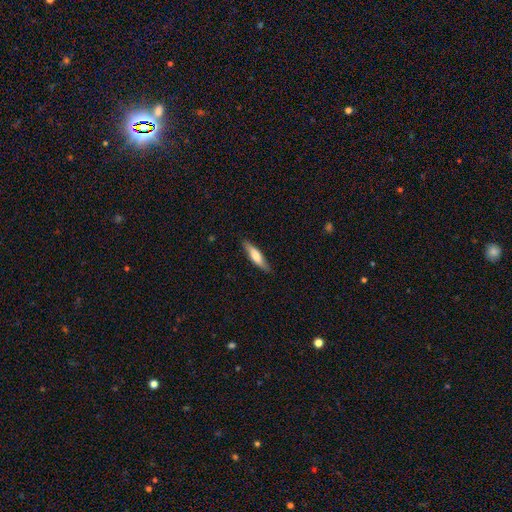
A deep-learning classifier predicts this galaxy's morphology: Smooth or featured? Predicted: smooth (p=0.59). How rounded? Predicted: cigar-shaped (p=0.74). Merging? Predicted: none (p=0.85).